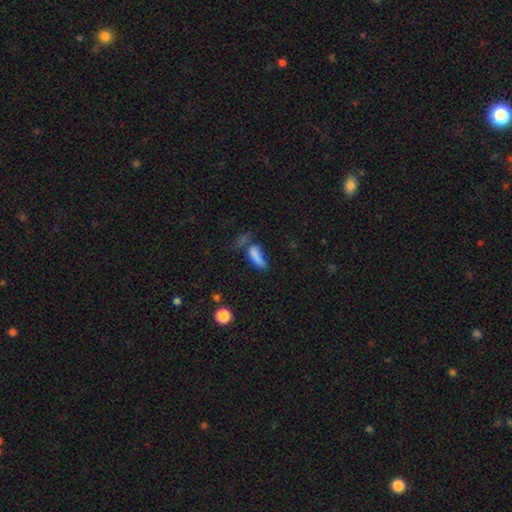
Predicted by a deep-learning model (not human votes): Morphology: type=smooth (73%); roundness=in between (61%); merging=none (30%).